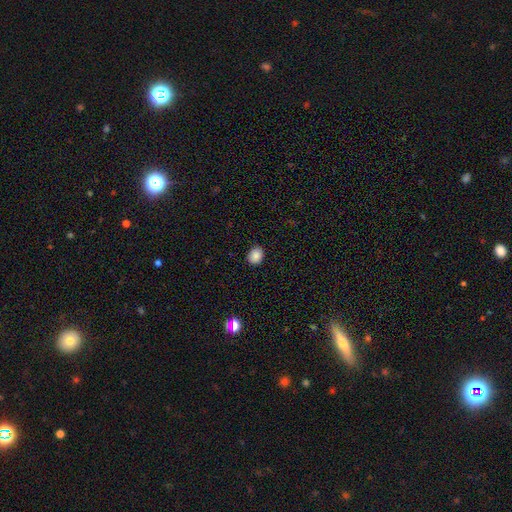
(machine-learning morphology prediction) This appears to be a smooth galaxy with no disk features (87%) that is round (51%). Merging: none (87%).